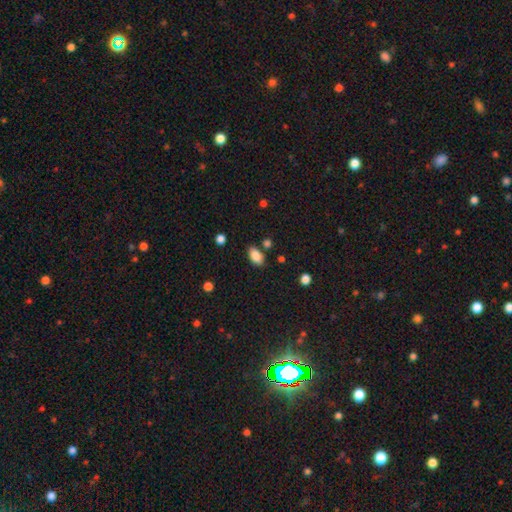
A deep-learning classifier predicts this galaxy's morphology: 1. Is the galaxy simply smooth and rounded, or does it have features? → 86% smooth, 9% star or artifact, 5% featured or disk.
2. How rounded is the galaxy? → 90% in between, 7% round, 2% cigar-shaped.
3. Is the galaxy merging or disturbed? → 77% none, 13% minor disturbance, 6% merger, 3% major disturbance.